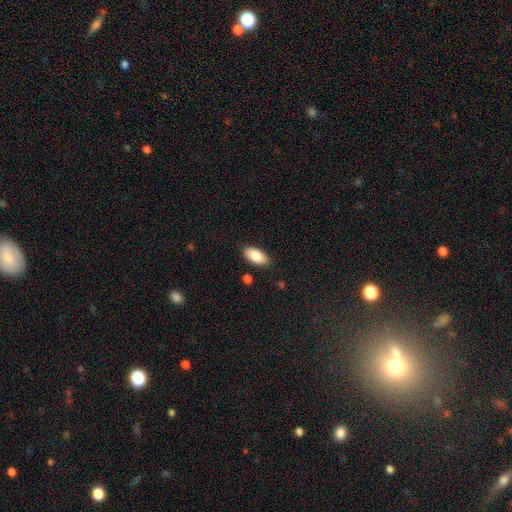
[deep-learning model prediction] smooth 86%, featured or disk 8%, star or artifact 6%. Down the decision tree: how rounded — in between (93%); merging — none (86%).